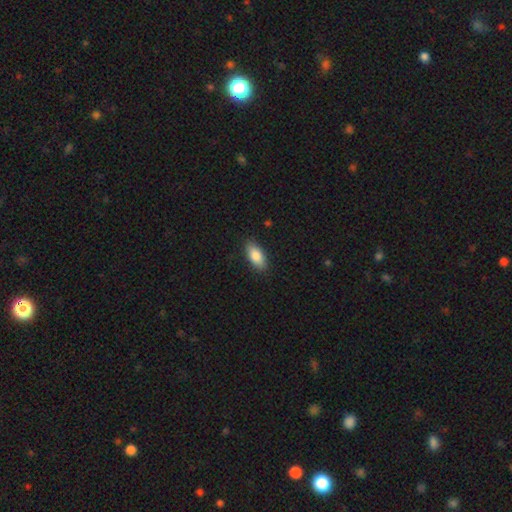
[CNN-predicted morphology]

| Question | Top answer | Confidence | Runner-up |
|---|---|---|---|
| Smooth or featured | smooth | 85% | featured or disk (9%) |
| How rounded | in between | 88% | cigar-shaped (10%) |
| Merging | none | 87% | minor disturbance (10%) |